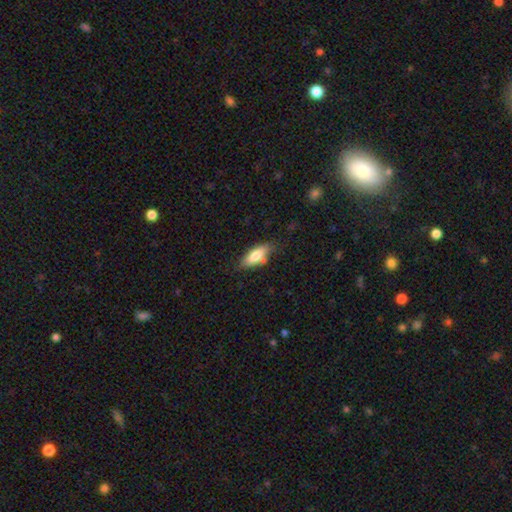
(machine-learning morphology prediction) A smooth galaxy with no disk features (76%) that is in between round and cigar-shaped (65%).

Vote fractions:
- Smooth or featured? smooth: 76% / featured or disk: 18% / star or artifact: 7%
- How rounded? in between: 65% / cigar-shaped: 33% / round: 2%
- Merging? none: 71% / minor disturbance: 18% / merger: 7% / major disturbance: 4%